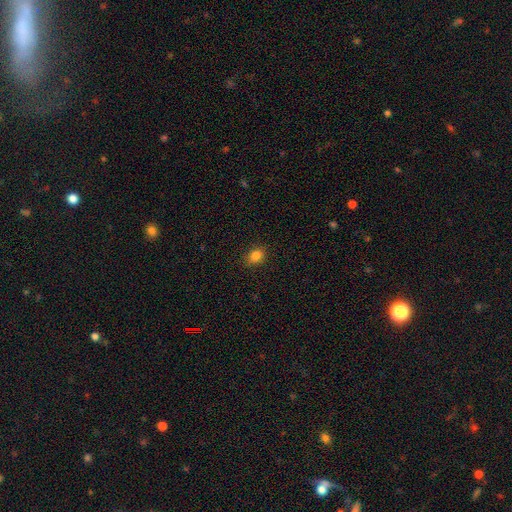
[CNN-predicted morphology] smooth_or_featured: smooth (p=0.84) [alt: star or artifact p=0.12]
how_rounded: in between (p=0.52) [alt: round p=0.47]
merging: none (p=0.88) [alt: minor disturbance p=0.09]